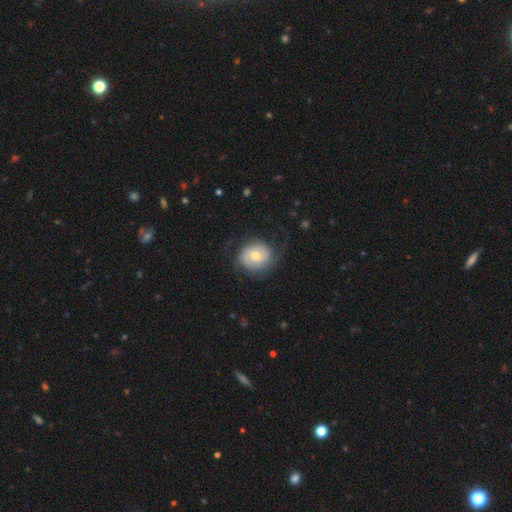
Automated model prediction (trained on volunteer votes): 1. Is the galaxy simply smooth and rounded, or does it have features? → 48% smooth, 45% featured or disk, 7% star or artifact.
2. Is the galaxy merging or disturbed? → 67% none, 18% minor disturbance, 13% major disturbance, 1% merger.